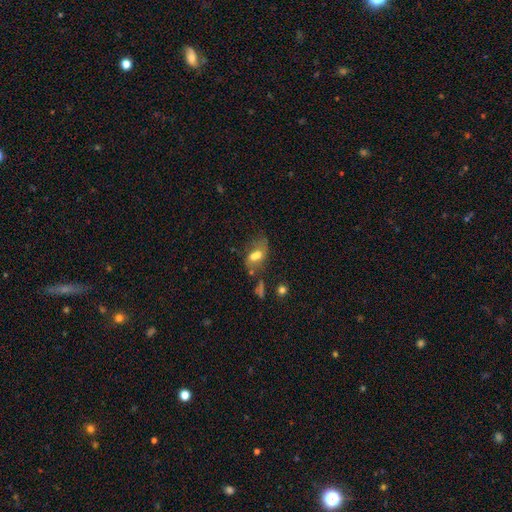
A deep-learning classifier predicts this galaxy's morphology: type=smooth (54%); roundness=in between (80%); merging=none (33%, tied with merger).